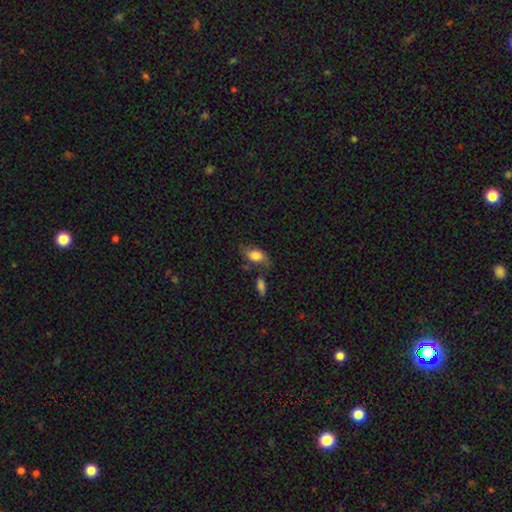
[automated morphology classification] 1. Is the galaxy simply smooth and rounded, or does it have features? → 61% smooth, 31% featured or disk, 9% star or artifact.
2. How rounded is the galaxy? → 85% in between, 9% round, 6% cigar-shaped.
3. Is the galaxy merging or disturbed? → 55% none, 23% minor disturbance, 12% merger, 10% major disturbance.